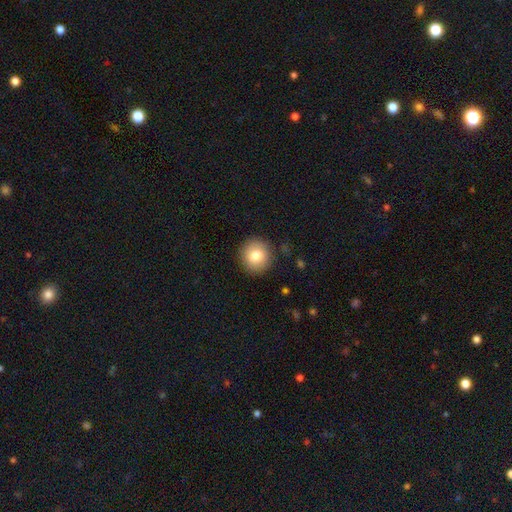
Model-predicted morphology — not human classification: This is clearly a smooth galaxy (81%). How rounded: clearly round (91%). Merging: clearly none (90%).